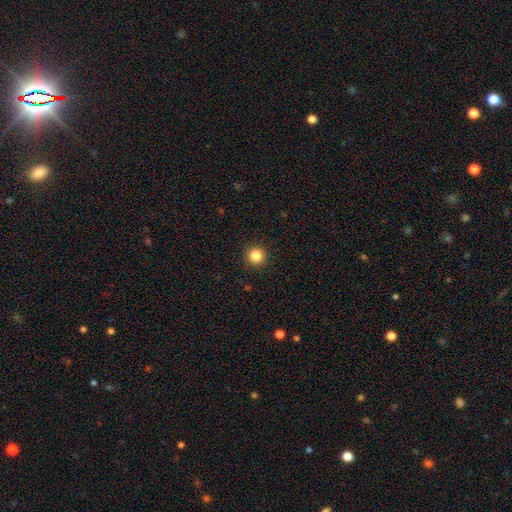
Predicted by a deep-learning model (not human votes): Morphology: type=smooth (85%); roundness=round (95%); merging=none (93%).